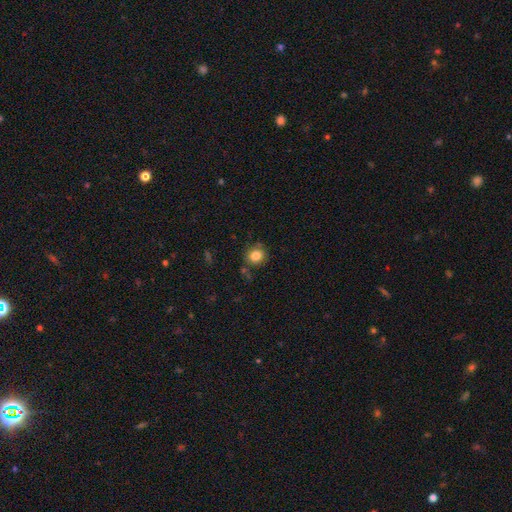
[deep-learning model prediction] smooth_or_featured: smooth (p=0.83) [alt: star or artifact p=0.10]
how_rounded: round (p=0.78) [alt: in between p=0.21]
merging: none (p=0.79) [alt: minor disturbance p=0.13]